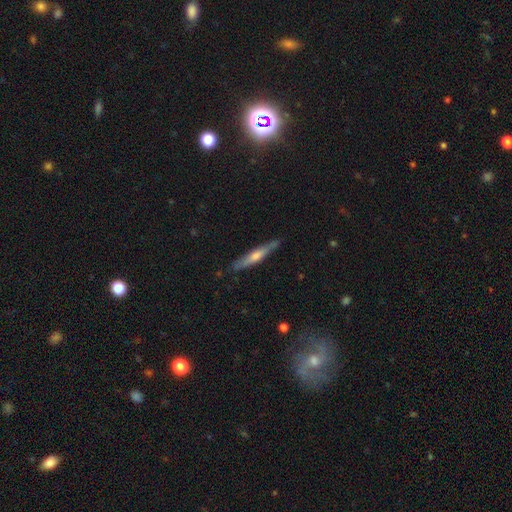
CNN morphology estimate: Smooth or featured? Predicted: featured or disk (p=0.60). Edge-on disk? Predicted: yes (p=0.93). Edge-on bulge? Predicted: rounded (p=0.76). Merging? Predicted: none (p=0.85).